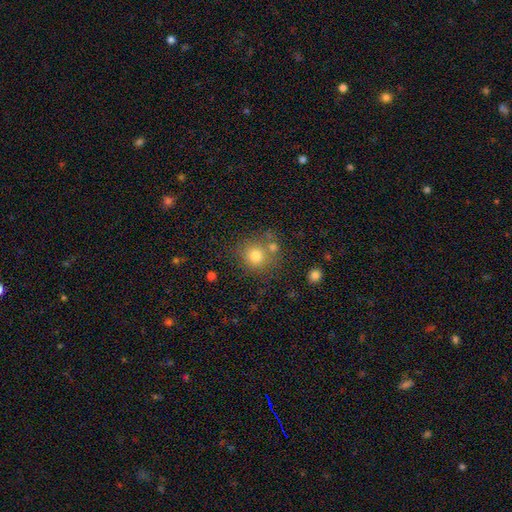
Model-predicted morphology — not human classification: smooth 79%, star or artifact 12%, featured or disk 9%. Down the decision tree: how rounded — round (89%); merging — none (67%).